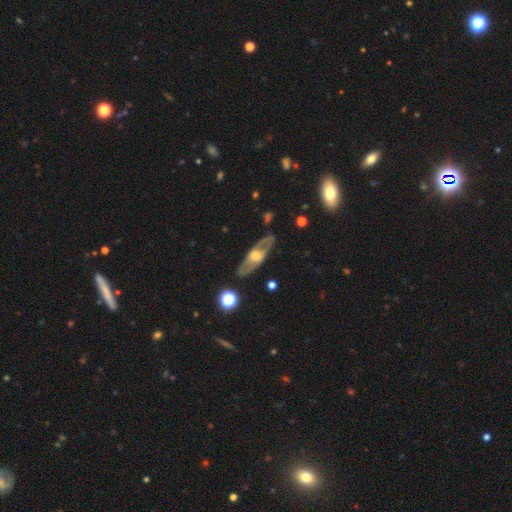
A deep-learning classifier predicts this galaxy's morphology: This appears to be a featured or disk galaxy (66%). Merging: none (81%).